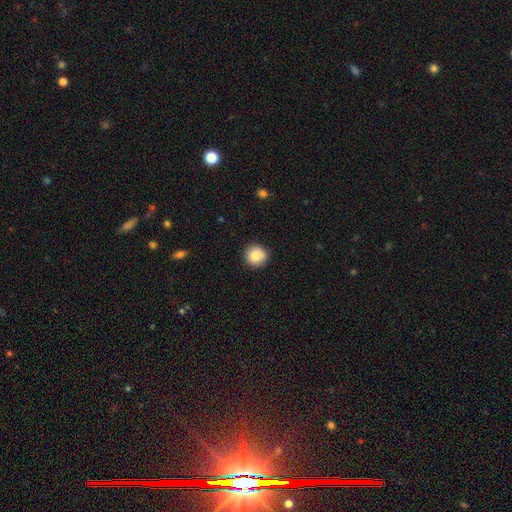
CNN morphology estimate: Smooth or featured: smooth — 84% (star or artifact — 9%)
How rounded: round — 92% (in between — 7%)
Merging: none — 87% (minor disturbance — 10%)